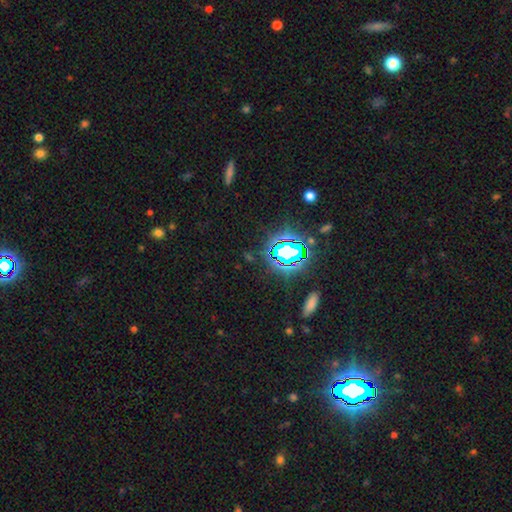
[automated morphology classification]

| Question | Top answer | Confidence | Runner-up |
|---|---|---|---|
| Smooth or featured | star or artifact | 74% | smooth (16%) |